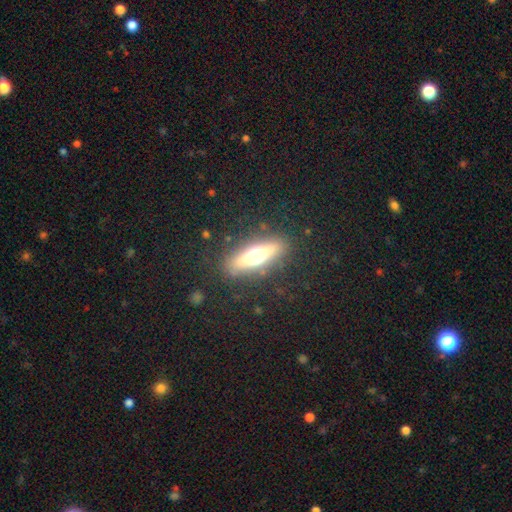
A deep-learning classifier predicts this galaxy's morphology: Smooth or featured? Predicted: featured or disk (p=0.48). Merging? Predicted: none (p=0.85).